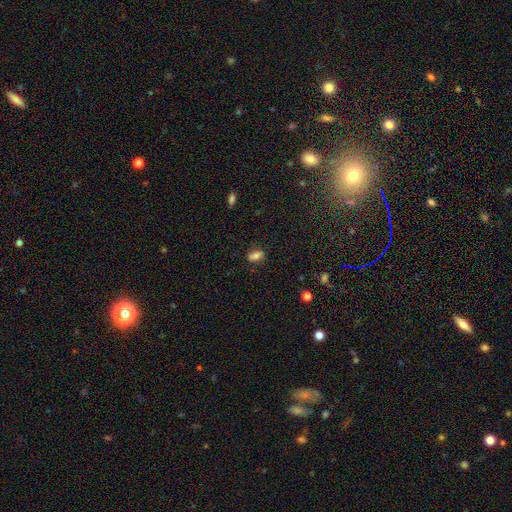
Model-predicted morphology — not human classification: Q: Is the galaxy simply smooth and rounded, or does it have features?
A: smooth — 73%.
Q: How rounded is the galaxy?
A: in between — 79%.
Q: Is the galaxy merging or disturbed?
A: none — 80%.